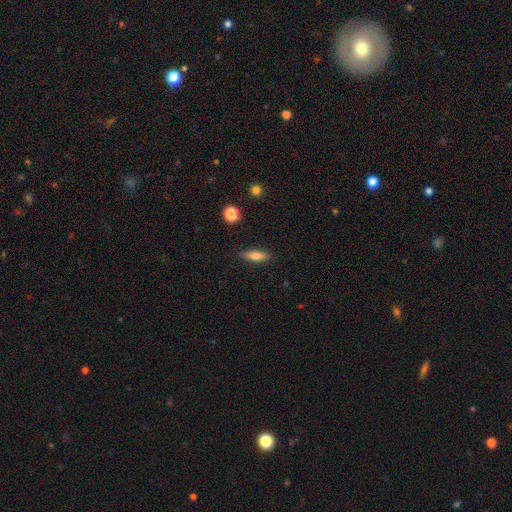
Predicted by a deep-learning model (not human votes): This is likely a smooth galaxy (72%). How rounded: possibly cigar-shaped (55%). Merging: clearly none (87%).